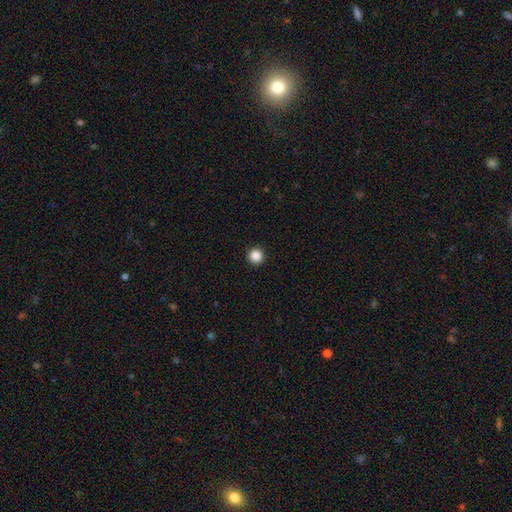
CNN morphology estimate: Smooth or featured: smooth — 87% (star or artifact — 10%)
How rounded: round — 96% (in between — 3%)
Merging: none — 94% (minor disturbance — 4%)